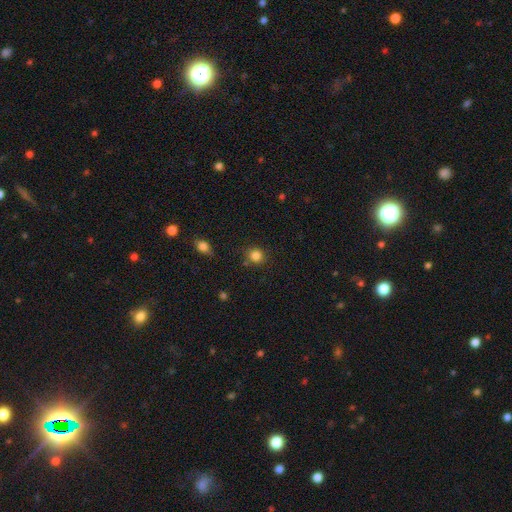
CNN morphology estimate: smooth-or-featured: smooth: 83% | star or artifact: 12% | featured or disk: 5%
  how-rounded: round: 86% | in between: 13% | cigar-shaped: 1%
  merging: none: 80% | minor disturbance: 11% | merger: 5% | major disturbance: 3%